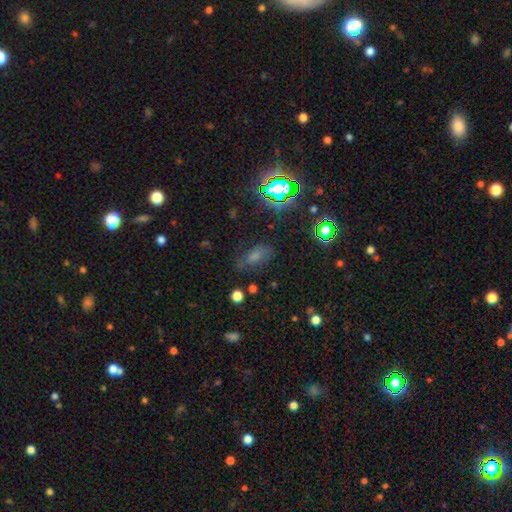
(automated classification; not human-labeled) Q: Smooth or featured?
A: smooth (61%); runner-up: star or artifact (23%)
Q: How rounded?
A: in between (83%); runner-up: round (10%)
Q: Merging?
A: none (65%); runner-up: minor disturbance (22%)